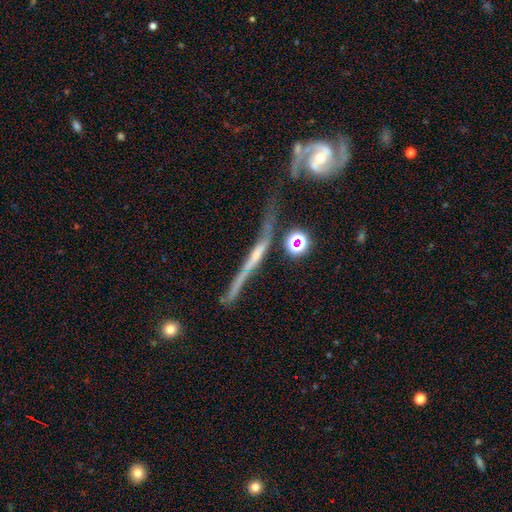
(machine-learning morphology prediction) Smooth or featured? Predicted: featured or disk (p=0.73). Edge-on disk? Predicted: yes (p=0.77). Edge-on bulge? Predicted: none (p=0.47). Merging? Predicted: none (p=0.39).